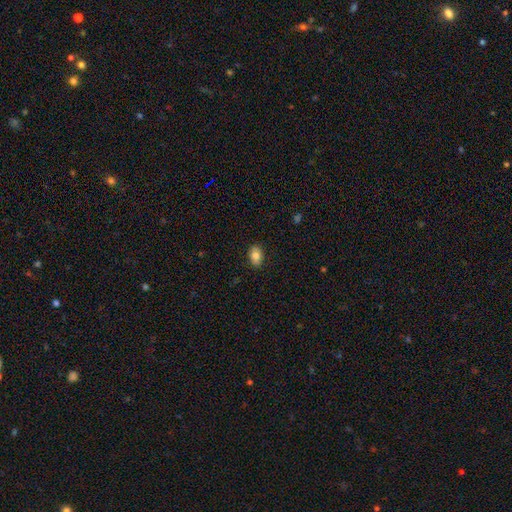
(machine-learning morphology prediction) smooth_or_featured: smooth (p=0.80) [alt: featured or disk p=0.12]
how_rounded: in between (p=0.84) [alt: round p=0.15]
merging: none (p=0.87) [alt: minor disturbance p=0.10]